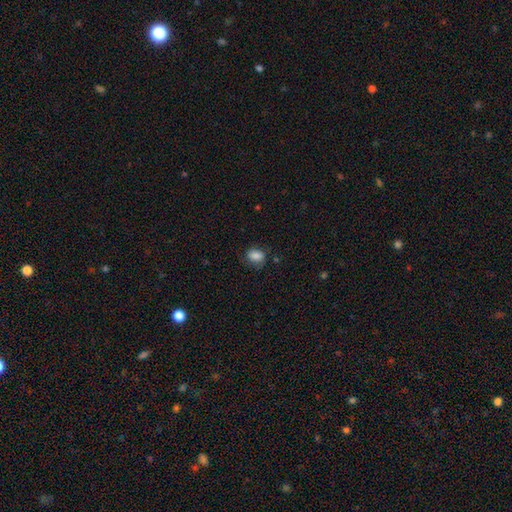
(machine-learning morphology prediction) Smooth or featured: smooth — 83% (star or artifact — 9%)
How rounded: in between — 60% (round — 38%)
Merging: none — 69% (minor disturbance — 22%)